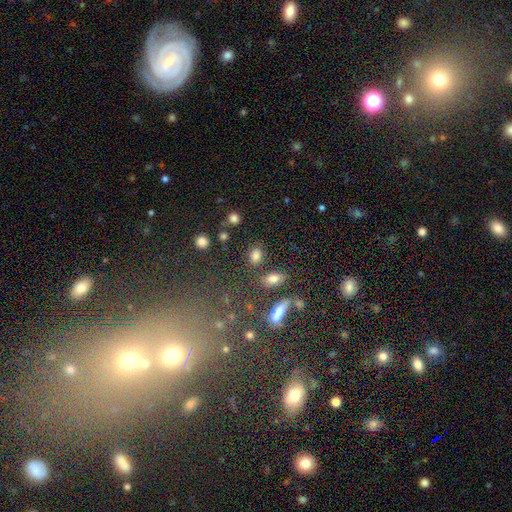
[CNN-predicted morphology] Smooth or featured? smooth (82%)
How rounded? in between (58%)
Merging? none (76%)